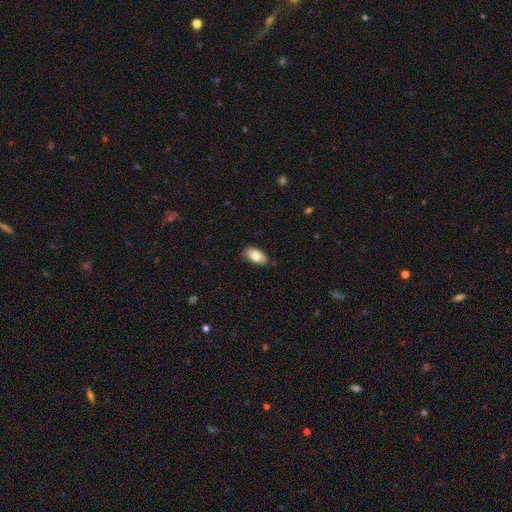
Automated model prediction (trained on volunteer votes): Smooth or featured? Predicted: smooth (p=0.81). How rounded? Predicted: in between (p=0.93). Merging? Predicted: none (p=0.82).